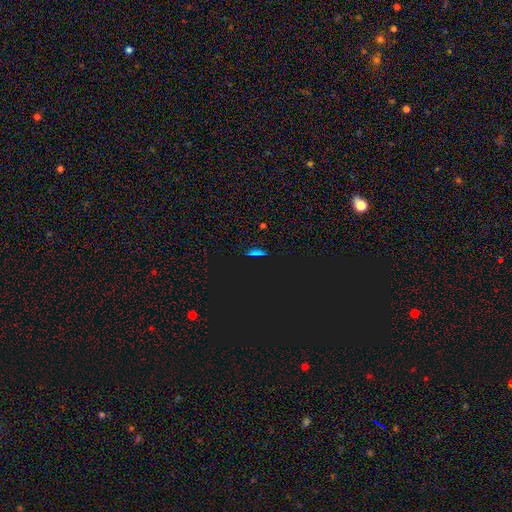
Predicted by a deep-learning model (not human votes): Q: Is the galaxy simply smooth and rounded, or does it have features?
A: star or artifact — 56%.